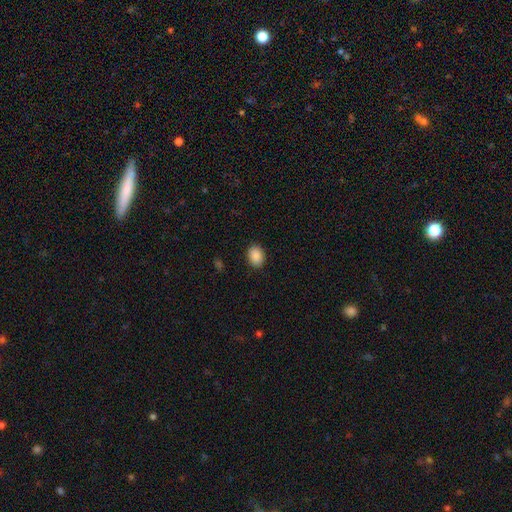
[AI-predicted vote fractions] Smooth or featured? Predicted: smooth (p=0.89). How rounded? Predicted: in between (p=0.63). Merging? Predicted: none (p=0.89).